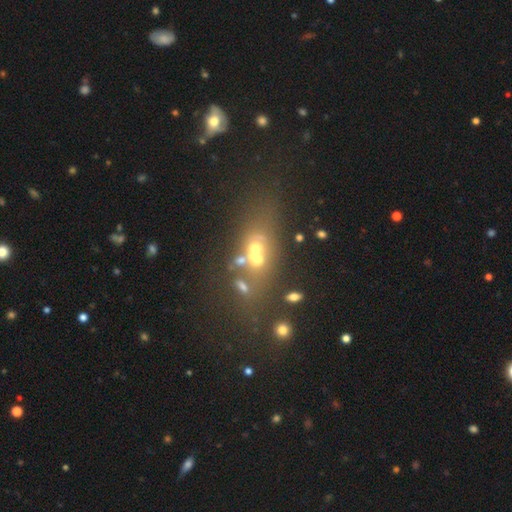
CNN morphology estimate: The model was most divided on "smooth or featured": smooth: 38%, star or artifact: 34%, featured or disk: 28%. Remaining: merging — none (44%).